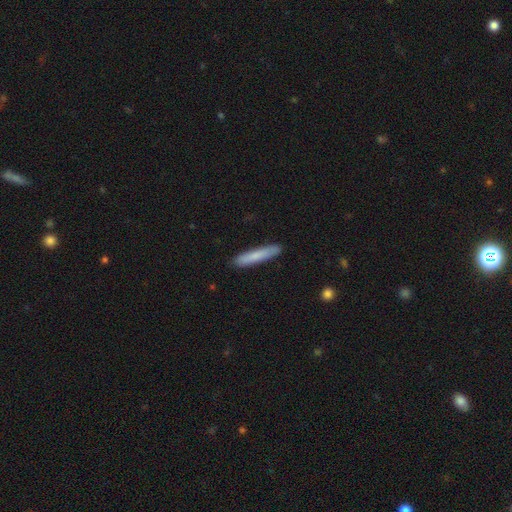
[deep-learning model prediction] Smooth or featured: smooth — 78% (featured or disk — 16%)
How rounded: cigar-shaped — 92% (in between — 7%)
Merging: none — 89% (minor disturbance — 8%)